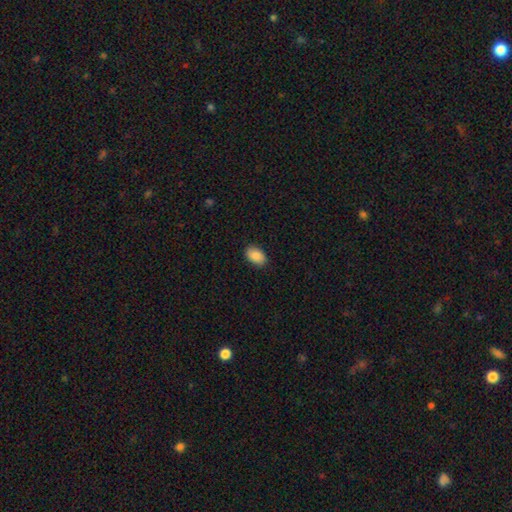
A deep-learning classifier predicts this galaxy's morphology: Q: Smooth or featured?
A: smooth (89%); runner-up: star or artifact (7%)
Q: How rounded?
A: in between (89%); runner-up: round (9%)
Q: Merging?
A: none (88%); runner-up: minor disturbance (9%)